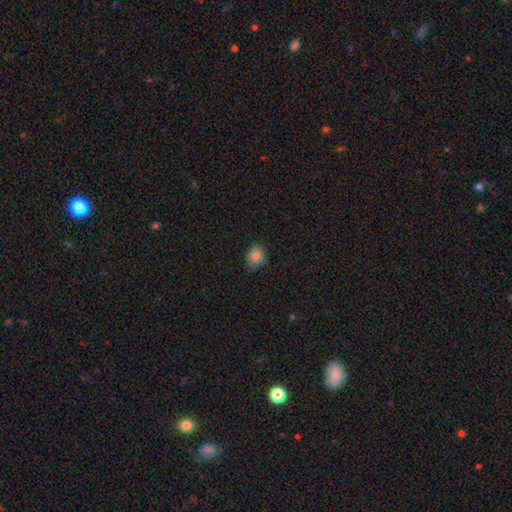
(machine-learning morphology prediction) Q: Smooth or featured?
A: smooth (85%); runner-up: star or artifact (10%)
Q: How rounded?
A: round (54%); runner-up: in between (45%)
Q: Merging?
A: none (75%); runner-up: minor disturbance (21%)